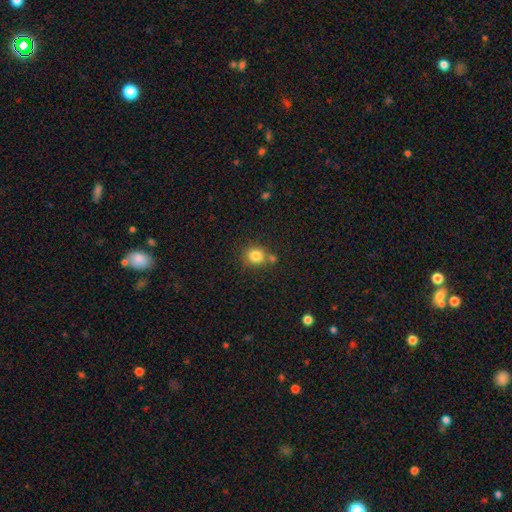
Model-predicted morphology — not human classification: This is clearly a smooth galaxy (82%). How rounded: clearly round (84%). Merging: likely none (69%).